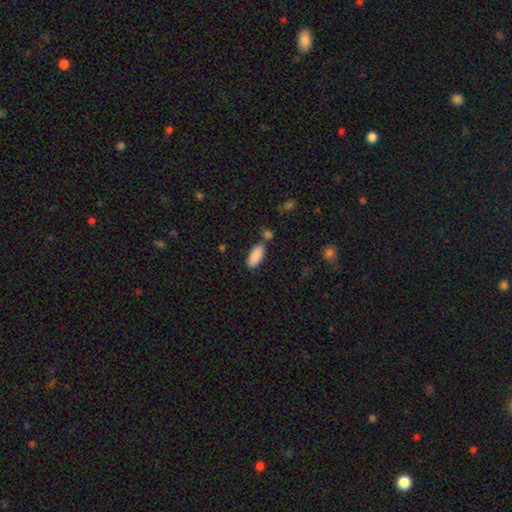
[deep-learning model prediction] Smooth or featured?
  - smooth: 89% *
  - star or artifact: 7%
  - featured or disk: 4%
How rounded?
  - in between: 86% *
  - cigar-shaped: 12%
  - round: 2%
Merging?
  - none: 74% *
  - minor disturbance: 12%
  - merger: 11%
  - major disturbance: 3%